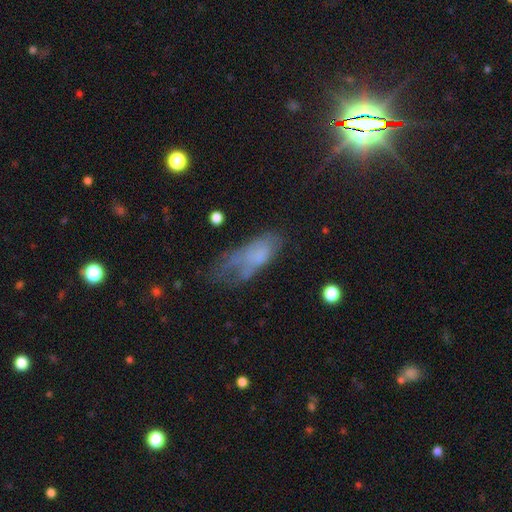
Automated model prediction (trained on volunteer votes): smooth 54%, featured or disk 33%, star or artifact 14%. Down the decision tree: how rounded — in between (74%); merging — major disturbance (34%).